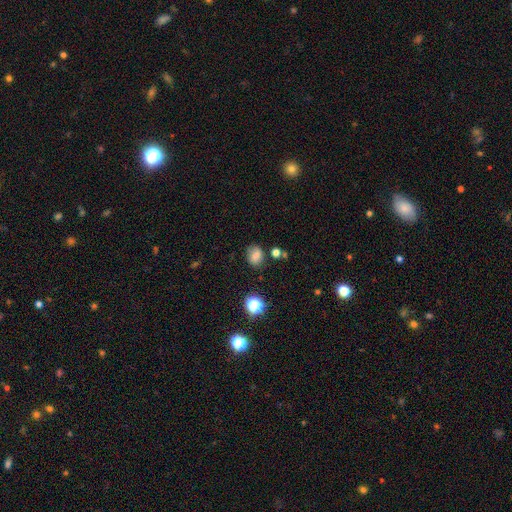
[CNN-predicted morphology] Smooth or featured? smooth (77%)
How rounded? in between (54%)
Merging? none (74%)